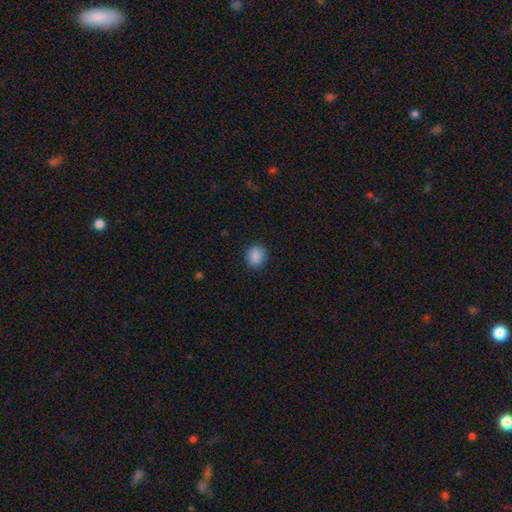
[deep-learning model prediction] This is clearly a smooth galaxy (88%). How rounded: likely round (76%). Merging: clearly none (89%).